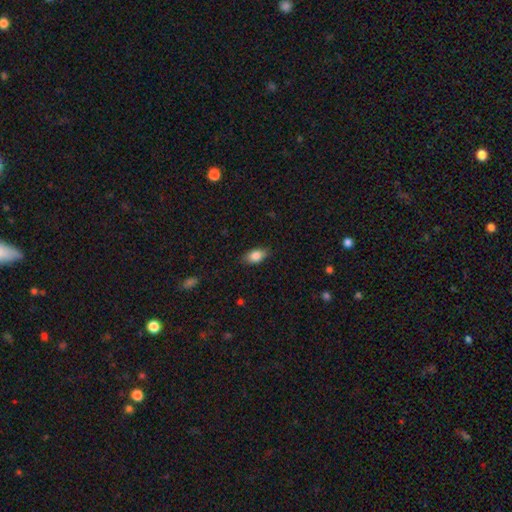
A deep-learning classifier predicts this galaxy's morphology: Smooth or featured? smooth (84%)
How rounded? in between (88%)
Merging? none (83%)